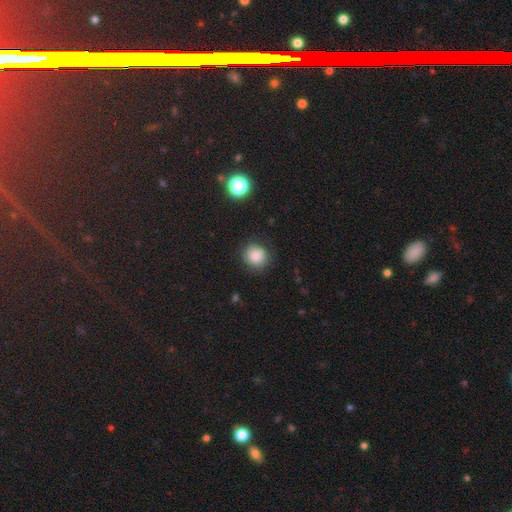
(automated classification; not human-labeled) A smooth galaxy with no disk features (82%) that is round (88%).

Vote fractions:
- Smooth or featured? smooth: 82% / star or artifact: 11% / featured or disk: 7%
- How rounded? round: 88% / in between: 11% / cigar-shaped: 1%
- Merging? none: 85% / minor disturbance: 11% / major disturbance: 3% / merger: 1%